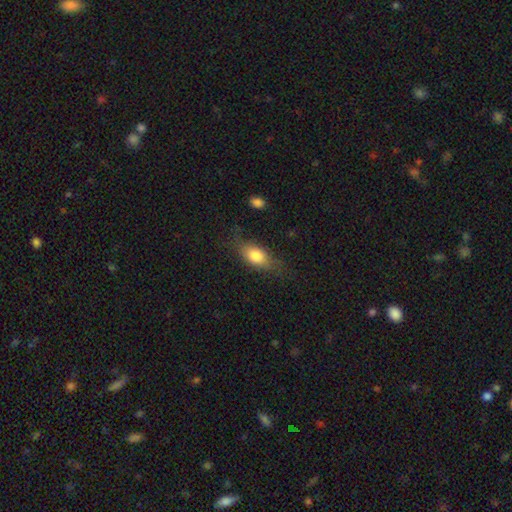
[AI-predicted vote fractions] Overall: smooth (76%). How rounded: in between (79%). Merging: none (67%).